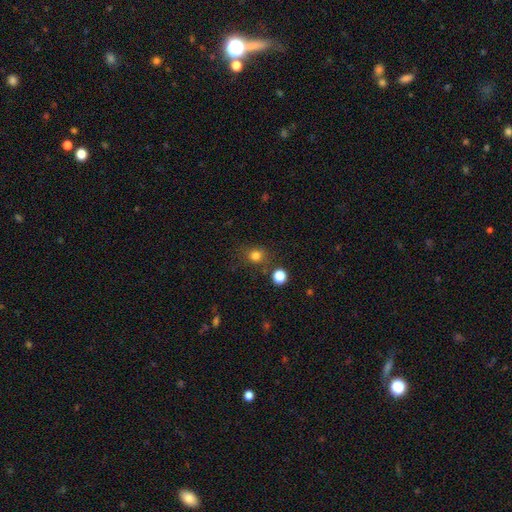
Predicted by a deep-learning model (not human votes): Smooth or featured? Predicted: smooth (p=0.80). How rounded? Predicted: round (p=0.77). Merging? Predicted: none (p=0.75).